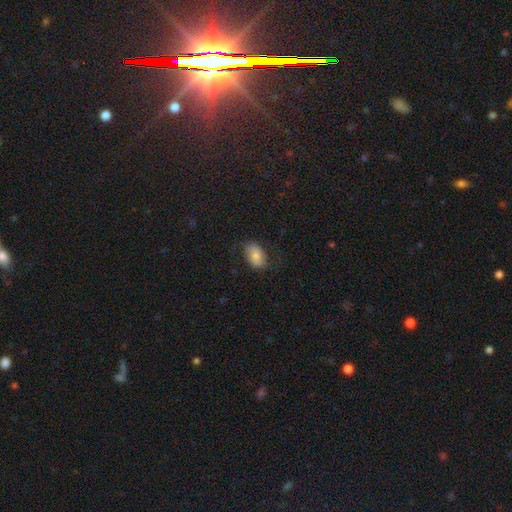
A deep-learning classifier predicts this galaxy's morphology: Q: Smooth or featured?
A: smooth (68%); runner-up: featured or disk (24%)
Q: How rounded?
A: in between (88%); runner-up: round (10%)
Q: Merging?
A: none (70%); runner-up: minor disturbance (21%)